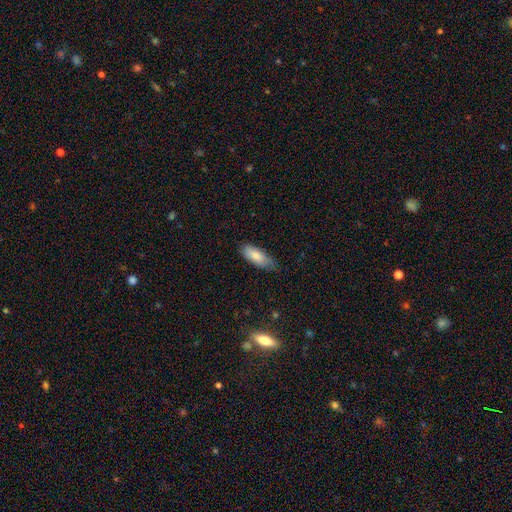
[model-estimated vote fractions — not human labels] Morphology: type=smooth (82%); roundness=in between (76%); merging=none (67%).